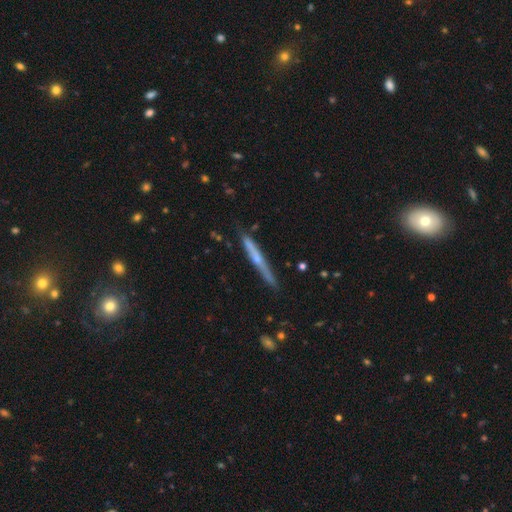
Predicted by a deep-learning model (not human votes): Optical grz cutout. It shows a featured or disk galaxy (64%) viewed edge-on (96%) with a rounded central bulge (62%). Merging: none (82%).